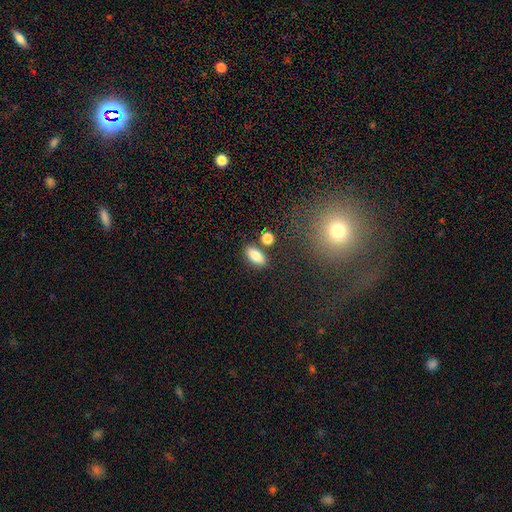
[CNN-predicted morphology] A smooth galaxy with no disk features (85%) that is in between round and cigar-shaped (86%).

Vote fractions:
- Smooth or featured? smooth: 85% / star or artifact: 8% / featured or disk: 7%
- How rounded? in between: 86% / cigar-shaped: 9% / round: 5%
- Merging? none: 79% / minor disturbance: 11% / merger: 8% / major disturbance: 3%